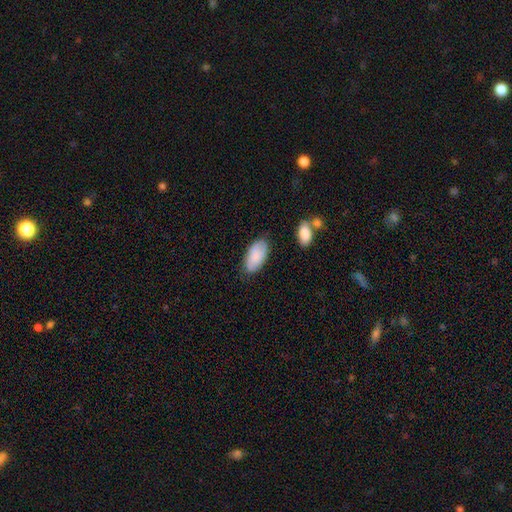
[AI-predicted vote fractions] smooth_or_featured: smooth (p=0.83) [alt: featured or disk p=0.11]
how_rounded: in between (p=0.94) [alt: cigar-shaped p=0.03]
merging: none (p=0.75) [alt: minor disturbance p=0.18]